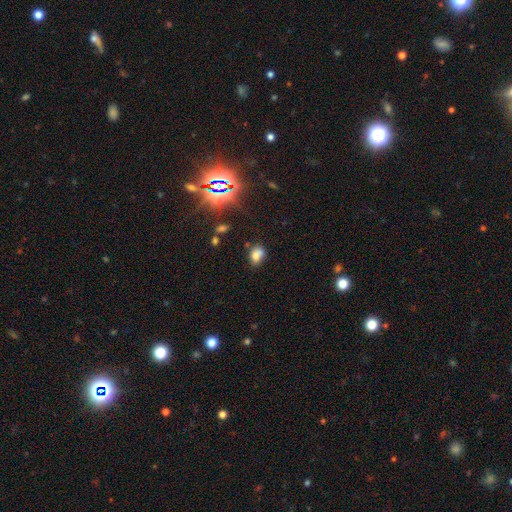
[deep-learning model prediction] Morphology: type=smooth (72%); roundness=in between (68%); merging=none (56%).